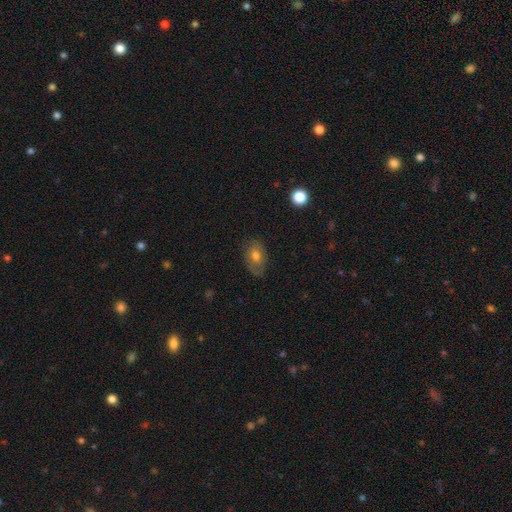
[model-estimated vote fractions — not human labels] Overall: smooth (64%; featured or disk 26%). How rounded: in between (82%). Merging: none (71%).